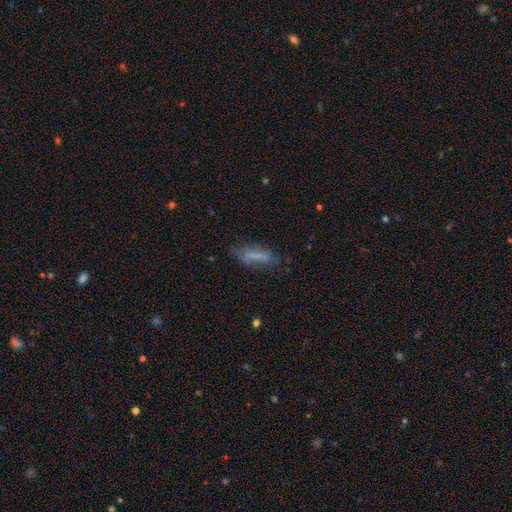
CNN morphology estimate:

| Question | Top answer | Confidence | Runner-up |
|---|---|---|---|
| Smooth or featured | smooth | 60% | featured or disk (29%) |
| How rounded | cigar-shaped | 60% | in between (38%) |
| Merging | none | 54% | minor disturbance (27%) |